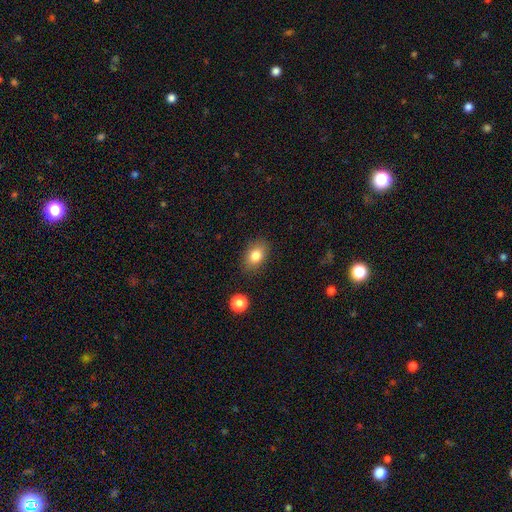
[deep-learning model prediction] This is clearly a smooth galaxy (82%). How rounded: likely in between (78%). Merging: clearly none (85%).